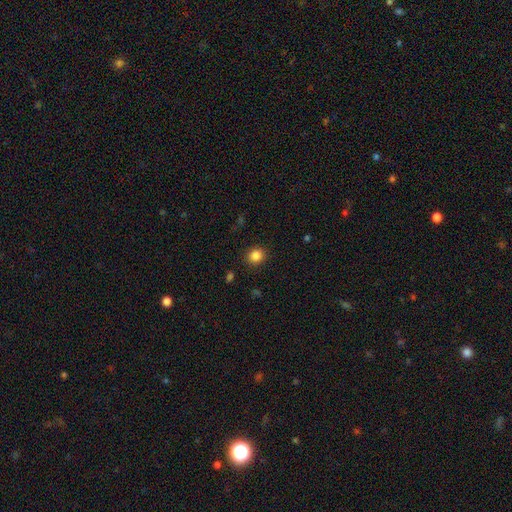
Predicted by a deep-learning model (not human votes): Smooth or featured: smooth — 85% (star or artifact — 11%)
How rounded: round — 83% (in between — 16%)
Merging: none — 90% (minor disturbance — 7%)